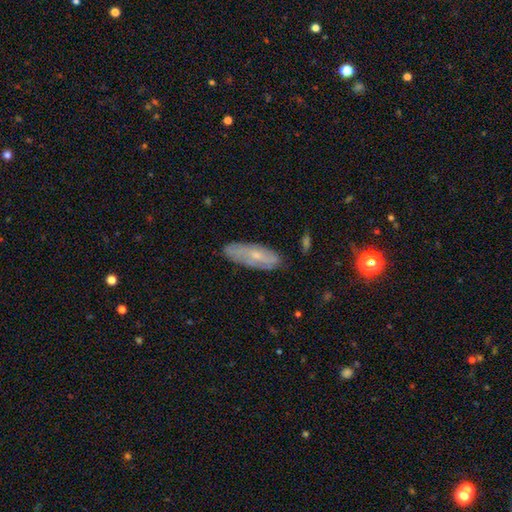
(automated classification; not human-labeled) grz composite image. It shows a featured or disk galaxy (48%). Merging: none (76%).